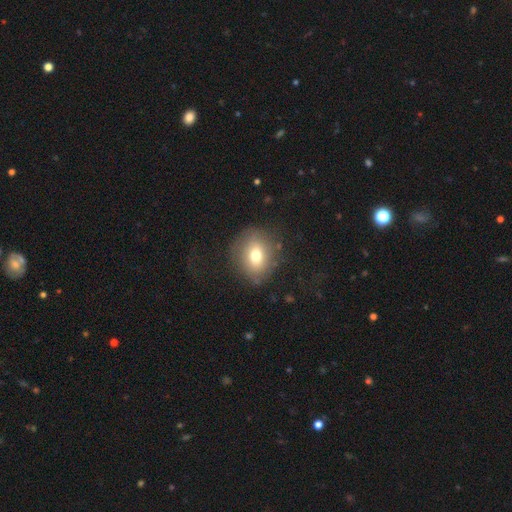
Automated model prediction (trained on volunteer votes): smooth 71%, featured or disk 17%, star or artifact 11%. Down the decision tree: how rounded — round (61%); merging — none (77%).